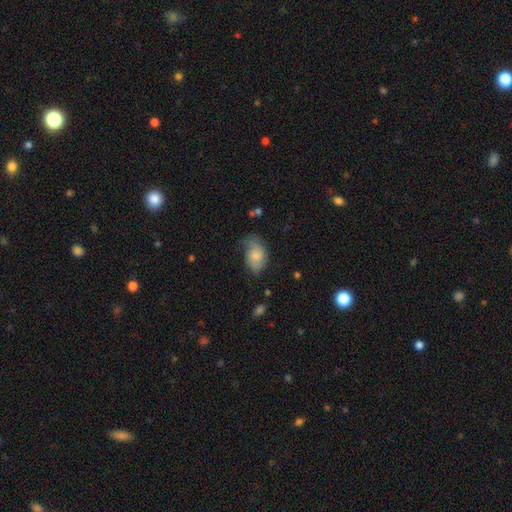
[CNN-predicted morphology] Q: Smooth or featured?
A: smooth (54%); runner-up: featured or disk (38%)
Q: How rounded?
A: in between (86%); runner-up: round (13%)
Q: Merging?
A: none (50%); runner-up: minor disturbance (32%)